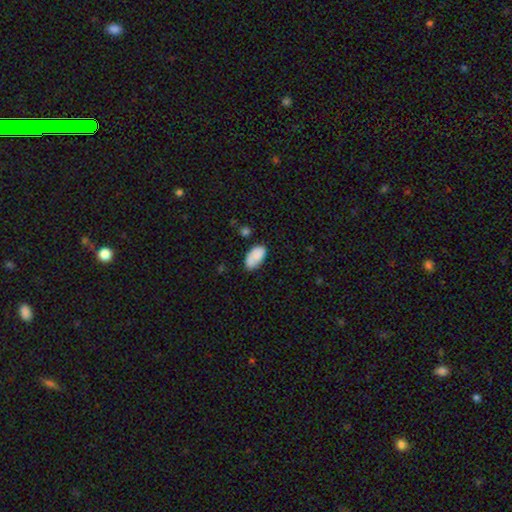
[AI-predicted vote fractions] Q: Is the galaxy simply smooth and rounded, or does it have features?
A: smooth — 83%.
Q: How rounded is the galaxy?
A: in between — 94%.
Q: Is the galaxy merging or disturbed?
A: none — 66%.